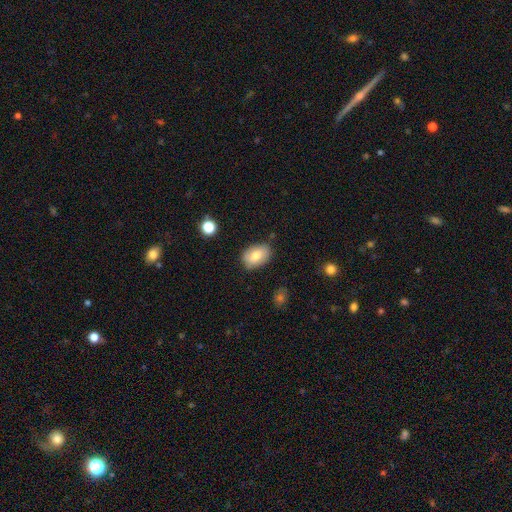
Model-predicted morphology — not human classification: The model was most divided on "merging": none: 76%, minor disturbance: 18%, major disturbance: 3%, merger: 2%. More confident: how rounded — in between (84%); smooth or featured — smooth (76%).